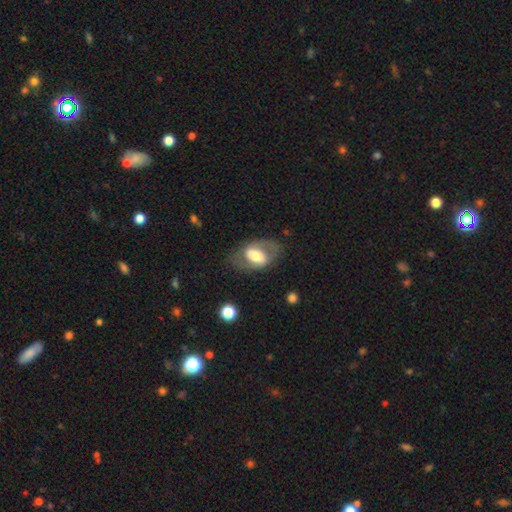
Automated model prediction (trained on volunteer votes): Smooth or featured: featured or disk — 55% (smooth — 39%)
Edge-on disk: no — 91% (yes — 9%)
Bar: strong — 35% (weak — 33%)
Spiral arms: no — 52% (yes — 48%)
Bulge size: moderate — 49% (large — 34%)
Merging: none — 71% (minor disturbance — 16%)